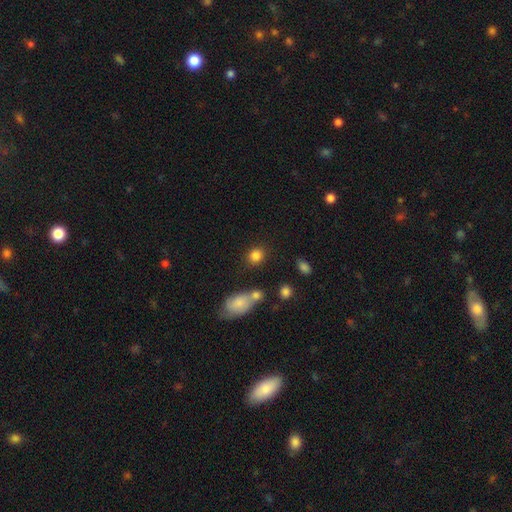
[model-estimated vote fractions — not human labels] Smooth or featured? Predicted: smooth (p=0.84). How rounded? Predicted: round (p=0.76). Merging? Predicted: none (p=0.80).